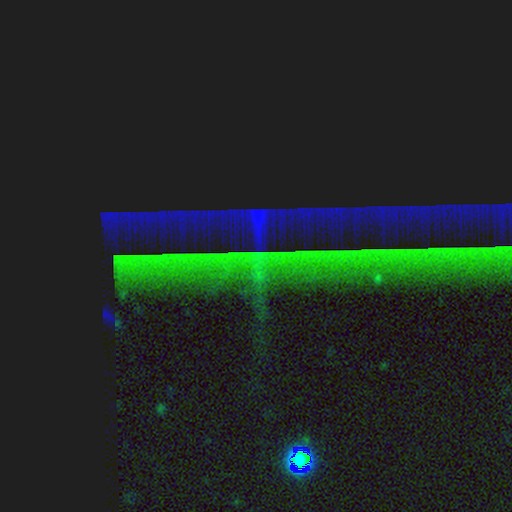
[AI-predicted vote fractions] star or artifact 87%, featured or disk 7%, smooth 6%.